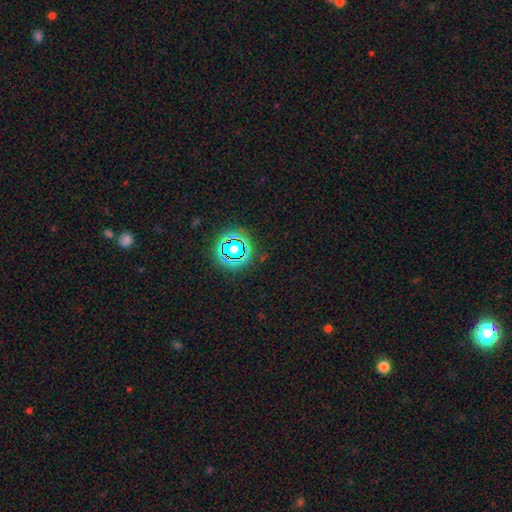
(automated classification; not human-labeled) This appears to be a star or artifact, not a galaxy (76%).